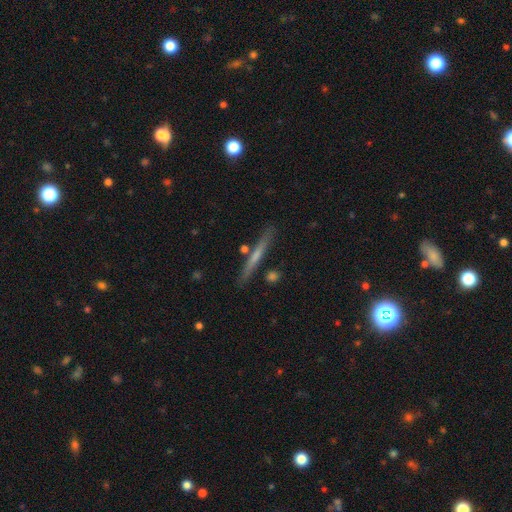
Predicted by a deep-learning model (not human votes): The model was most divided on "smooth or featured": featured or disk: 48%, smooth: 46%, star or artifact: 6%. More confident: merging — none (87%).